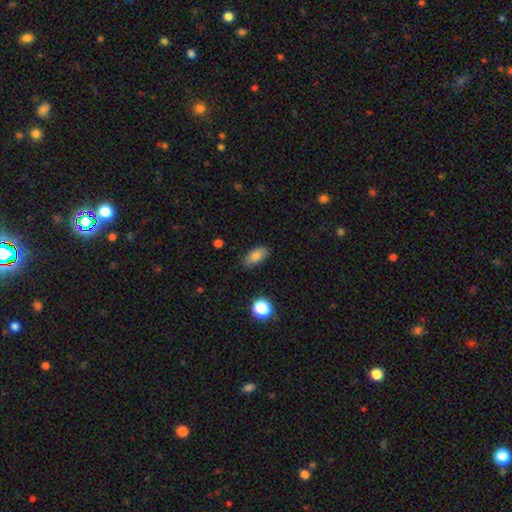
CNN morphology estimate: A smooth galaxy with no disk features (82%) that is in between round and cigar-shaped (88%).

Vote fractions:
- Smooth or featured? smooth: 82% / star or artifact: 9% / featured or disk: 9%
- How rounded? in between: 88% / cigar-shaped: 7% / round: 5%
- Merging? none: 83% / minor disturbance: 13% / major disturbance: 3% / merger: 1%